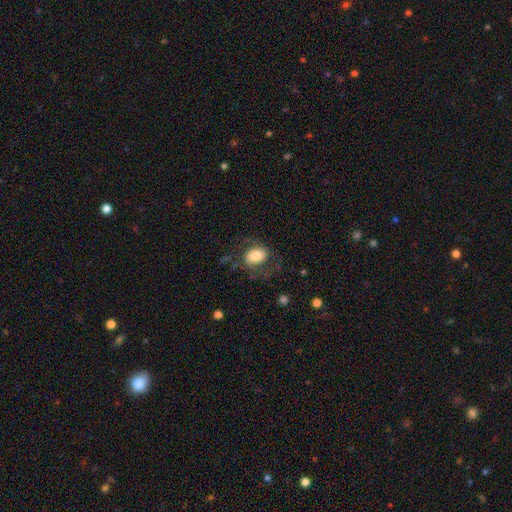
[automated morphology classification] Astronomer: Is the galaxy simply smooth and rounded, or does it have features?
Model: smooth — 68%.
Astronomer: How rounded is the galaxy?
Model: in between — 68%.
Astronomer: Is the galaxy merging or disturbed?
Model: none — 61%.